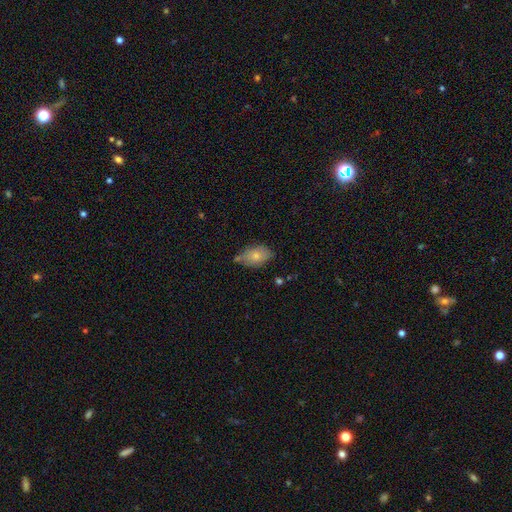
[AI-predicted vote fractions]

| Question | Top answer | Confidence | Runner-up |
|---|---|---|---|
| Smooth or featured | smooth | 78% | featured or disk (15%) |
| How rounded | in between | 88% | round (10%) |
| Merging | none | 65% | minor disturbance (23%) |